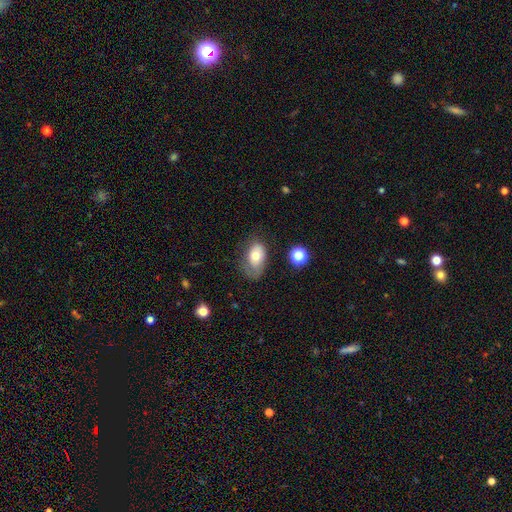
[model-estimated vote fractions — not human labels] Smooth or featured?
  - smooth: 65% *
  - featured or disk: 26%
  - star or artifact: 9%
How rounded?
  - in between: 87% *
  - round: 11%
  - cigar-shaped: 2%
Merging?
  - none: 45% *
  - minor disturbance: 31%
  - major disturbance: 21%
  - merger: 3%